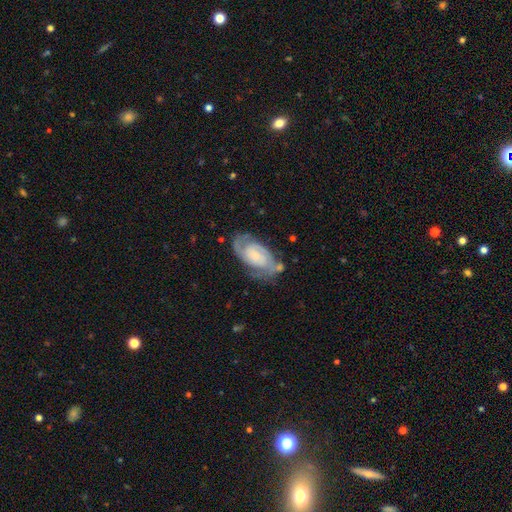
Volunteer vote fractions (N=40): Smooth or featured: featured or disk — 75% (smooth — 20%)
Edge-on disk: no — 93% (yes — 7%)
Bar: no — 57% (weak — 32%)
Spiral arms: yes — 96% (no — 4%)
Spiral winding: tight — 52% (medium — 48%)
Spiral arm count: 2 — 89% (3 — 11%)
Bulge size: small — 64% (moderate — 25%)
Merging: none — 63% (minor disturbance — 18%)